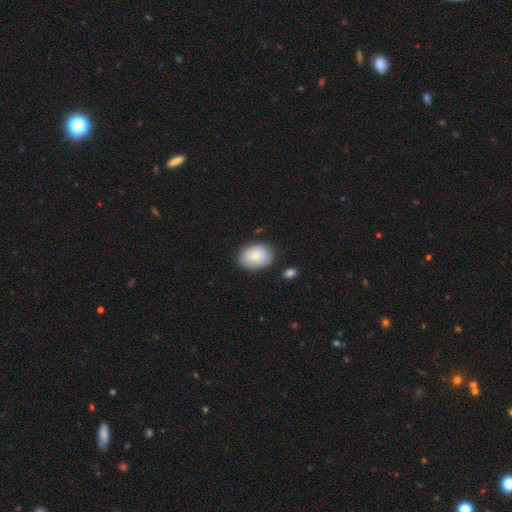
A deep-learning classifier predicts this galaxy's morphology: Q: Smooth or featured?
A: smooth (83%); runner-up: featured or disk (11%)
Q: How rounded?
A: in between (74%); runner-up: round (25%)
Q: Merging?
A: none (78%); runner-up: minor disturbance (16%)